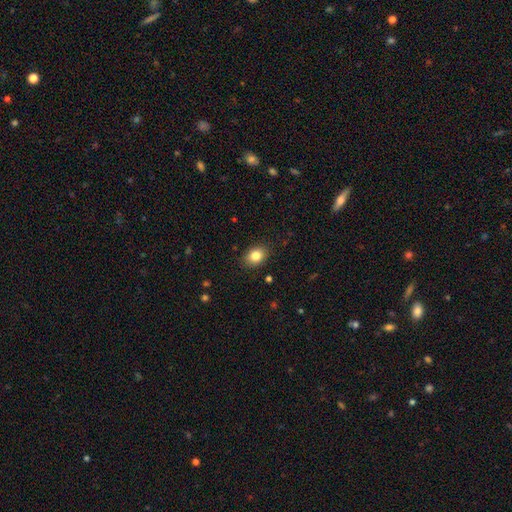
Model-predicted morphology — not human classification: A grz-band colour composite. It shows a smooth galaxy with no disk features (84%) that is in between round and cigar-shaped (61%). Merging: none (87%).